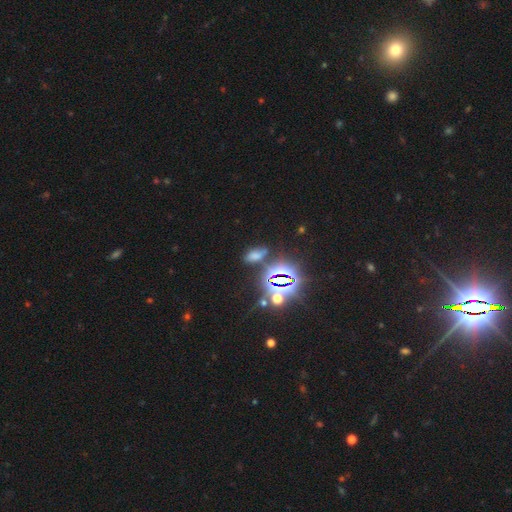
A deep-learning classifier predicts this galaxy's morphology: smooth-or-featured: star or artifact: 45% (tied) | smooth: 45% (tied) | featured or disk: 10%